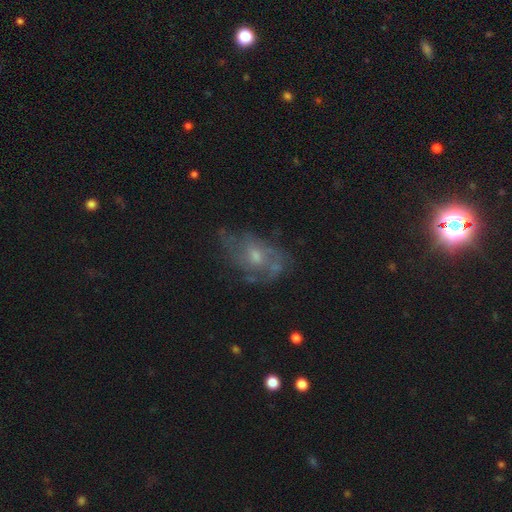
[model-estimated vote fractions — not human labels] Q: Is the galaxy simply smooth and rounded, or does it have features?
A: featured or disk — 57%.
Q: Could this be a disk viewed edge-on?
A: no — 94%.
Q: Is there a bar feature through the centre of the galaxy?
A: no — 78%.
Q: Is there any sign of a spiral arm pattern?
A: yes — 61%.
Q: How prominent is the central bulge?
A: moderate — 45%, tied with small.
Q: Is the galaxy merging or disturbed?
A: none — 58%.